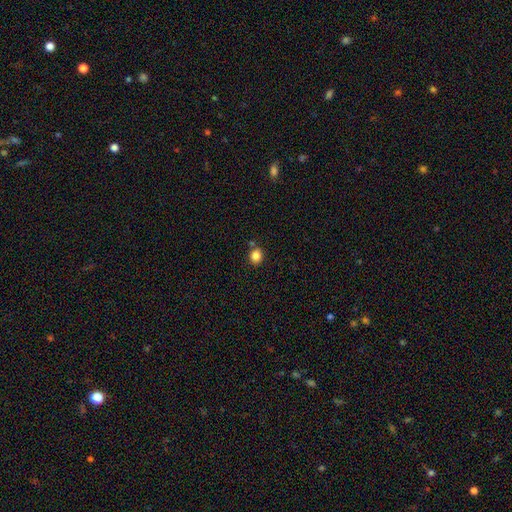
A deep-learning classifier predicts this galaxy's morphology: Smooth or featured: smooth — 84% (star or artifact — 11%)
How rounded: round — 77% (in between — 22%)
Merging: none — 80% (minor disturbance — 10%)